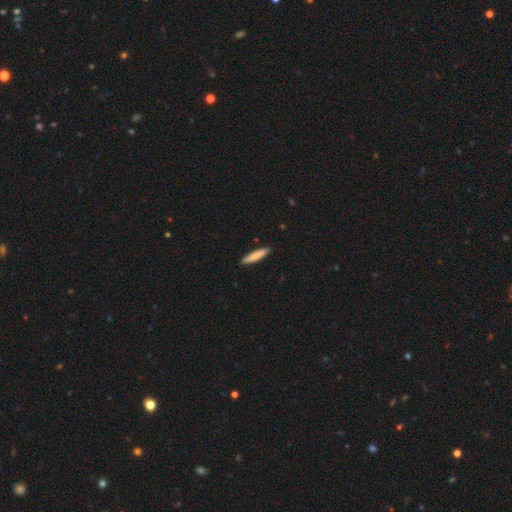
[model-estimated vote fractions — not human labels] smooth-or-featured: smooth: 82% | featured or disk: 13% | star or artifact: 5%
  how-rounded: cigar-shaped: 88% | in between: 11% | round: 1%
  merging: none: 90% | minor disturbance: 8% | major disturbance: 1% | merger: 1%